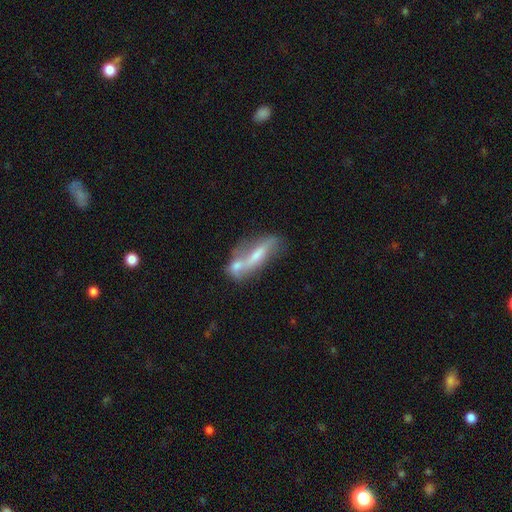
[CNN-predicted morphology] Overall: featured or disk (56%; smooth 36%). Edge-on disk: no (65%; yes 35%). Merging: merger (41%; none 31%).